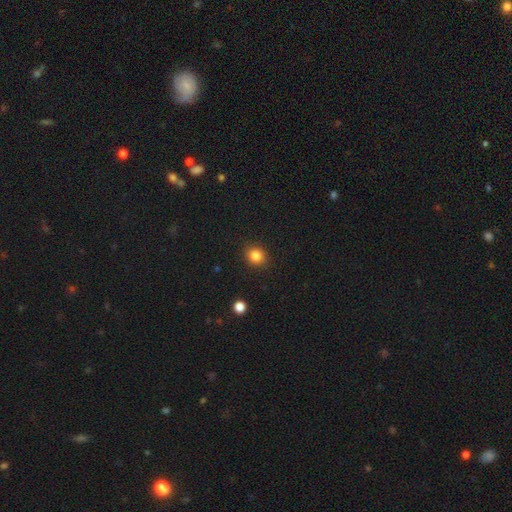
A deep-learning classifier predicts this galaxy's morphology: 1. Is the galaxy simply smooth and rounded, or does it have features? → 84% smooth, 11% star or artifact, 4% featured or disk.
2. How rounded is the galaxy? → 80% round, 19% in between, 1% cigar-shaped.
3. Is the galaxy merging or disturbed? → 89% none, 8% minor disturbance, 2% major disturbance, 1% merger.